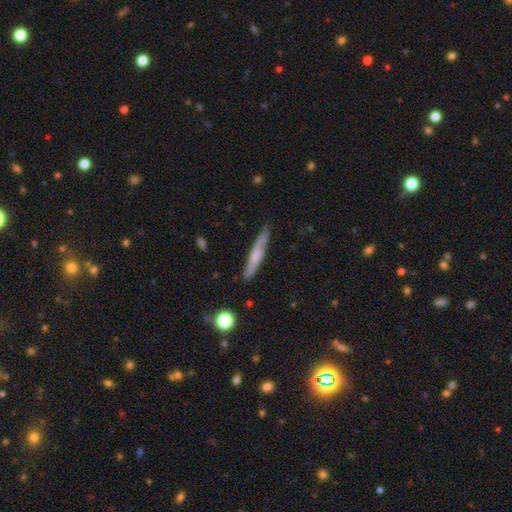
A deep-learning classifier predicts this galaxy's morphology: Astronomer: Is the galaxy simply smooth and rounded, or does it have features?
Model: featured or disk — 49% (runner-up: smooth, 44%).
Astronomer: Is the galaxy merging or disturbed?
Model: none — 77%.